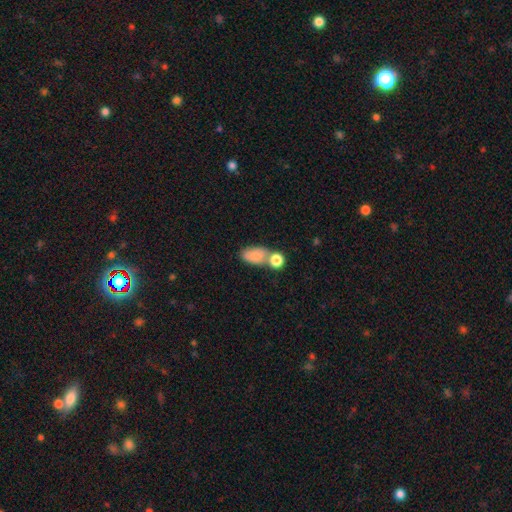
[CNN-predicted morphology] Smooth or featured?
  - smooth: 82% *
  - featured or disk: 10%
  - star or artifact: 8%
How rounded?
  - in between: 87% *
  - round: 10%
  - cigar-shaped: 3%
Merging?
  - none: 39% * (tied)
  - merger: 39% * (tied)
  - minor disturbance: 15%
  - major disturbance: 7%